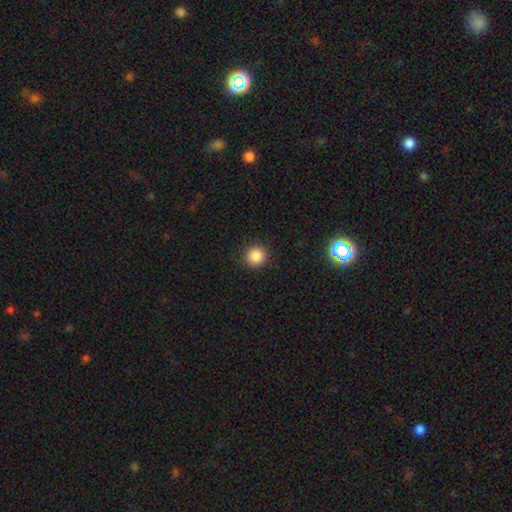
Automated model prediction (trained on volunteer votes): Overall: smooth (86%). How rounded: round (93%). Merging: none (91%).